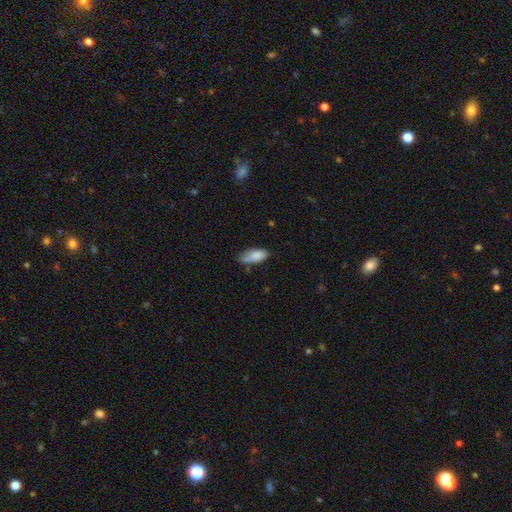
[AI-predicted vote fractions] This appears to be a smooth galaxy with no disk features (84%) that is in between round and cigar-shaped (82%). Merging: none (59%).